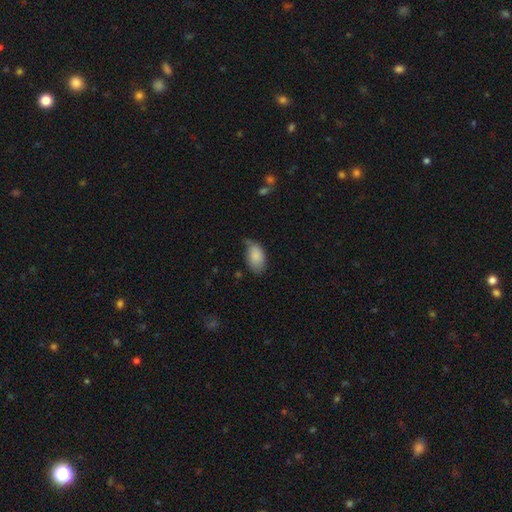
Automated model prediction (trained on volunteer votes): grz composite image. It shows a smooth galaxy with no disk features (87%) that is in between round and cigar-shaped (93%). Merging: none (54%).